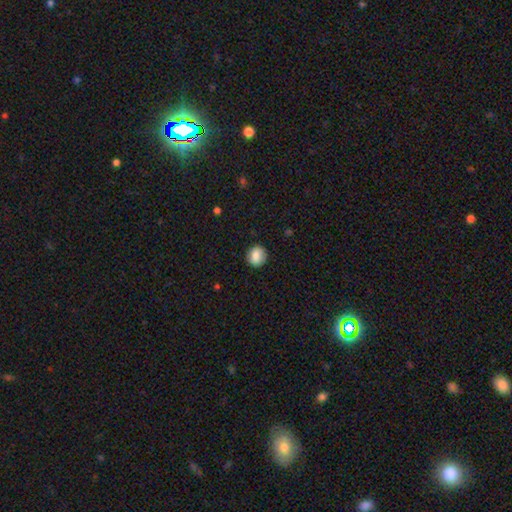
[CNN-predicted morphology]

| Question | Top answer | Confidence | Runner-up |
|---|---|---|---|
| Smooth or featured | smooth | 85% | star or artifact (8%) |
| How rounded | round | 79% | in between (20%) |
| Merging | none | 88% | minor disturbance (9%) |